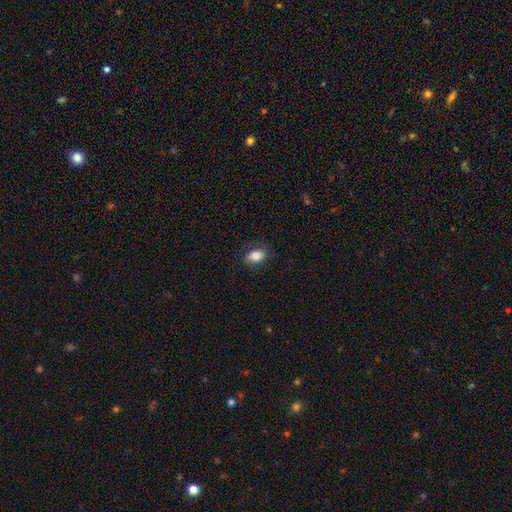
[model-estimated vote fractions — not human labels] Smooth or featured? Predicted: smooth (p=0.78). How rounded? Predicted: in between (p=0.88). Merging? Predicted: none (p=0.80).